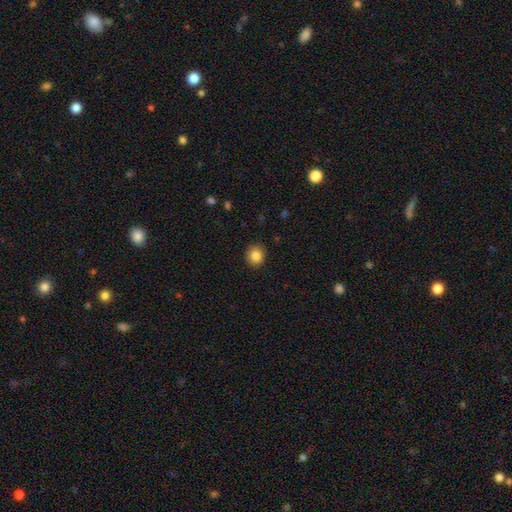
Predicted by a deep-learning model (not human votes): Smooth or featured? Predicted: smooth (p=0.86). How rounded? Predicted: round (p=0.84). Merging? Predicted: none (p=0.90).